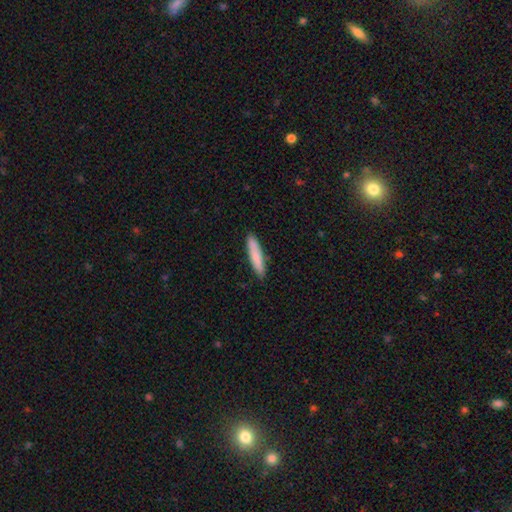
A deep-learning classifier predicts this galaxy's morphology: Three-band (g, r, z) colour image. It shows a smooth galaxy with no disk features (81%) that is cigar-shaped (89%). Merging: none (87%).